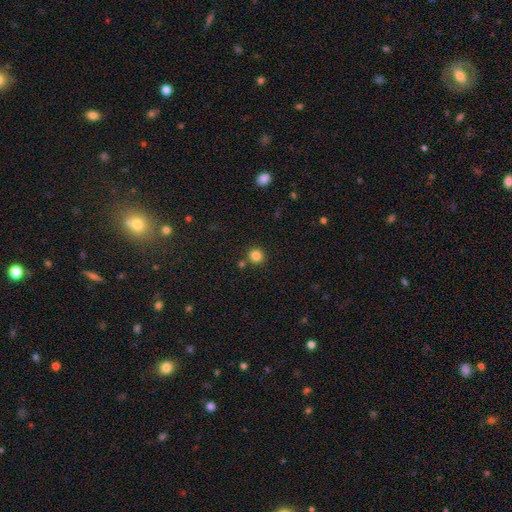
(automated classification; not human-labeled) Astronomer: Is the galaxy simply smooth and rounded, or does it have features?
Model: smooth — 83%.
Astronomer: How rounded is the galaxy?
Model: round — 93%.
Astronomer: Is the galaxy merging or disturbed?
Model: none — 83%.